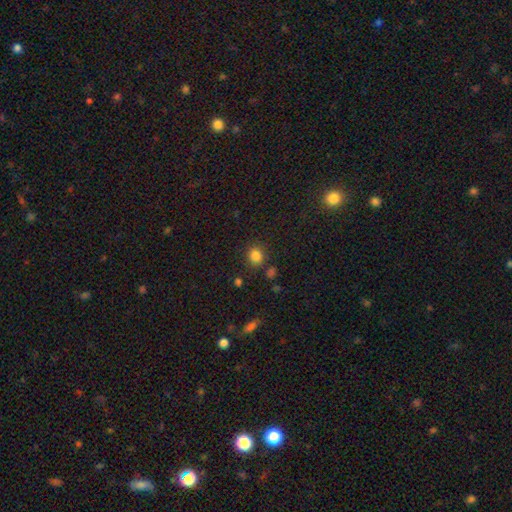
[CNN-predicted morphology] Q: Smooth or featured?
A: smooth (83%); runner-up: star or artifact (13%)
Q: How rounded?
A: round (79%); runner-up: in between (20%)
Q: Merging?
A: none (82%); runner-up: minor disturbance (10%)